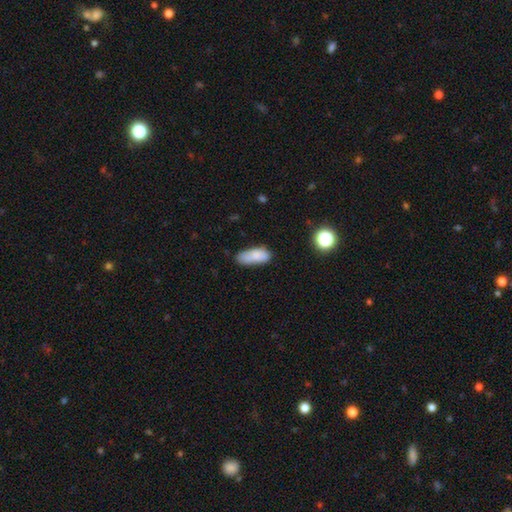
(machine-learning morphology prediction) The model was most divided on "merging": none: 56%, minor disturbance: 30%, major disturbance: 8%, merger: 6%. More confident: smooth or featured — smooth (80%); how rounded — in between (79%).